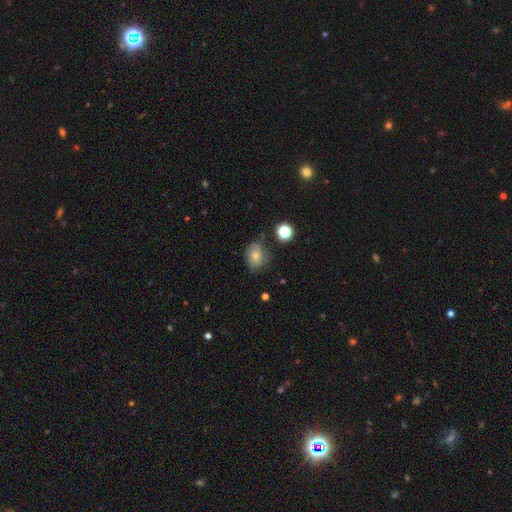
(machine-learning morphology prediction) The model was most divided on "how rounded": in between: 56%, round: 43%, cigar-shaped: 1%. More confident: smooth or featured — smooth (67%); merging — none (56%).